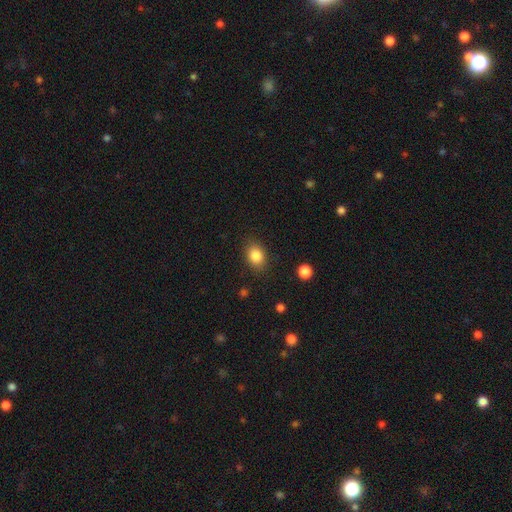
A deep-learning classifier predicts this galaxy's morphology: Smooth or featured? smooth (85%)
How rounded? in between (65%)
Merging? none (84%)